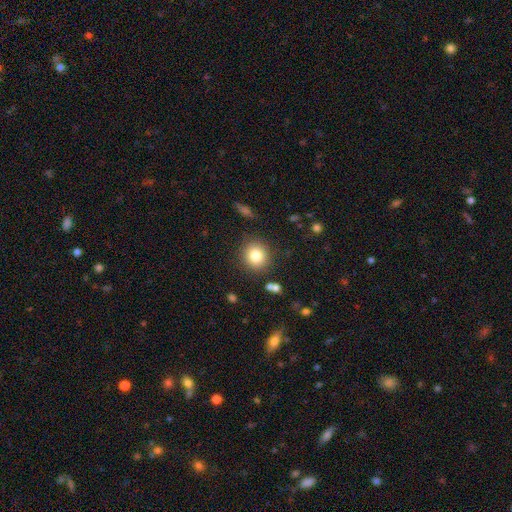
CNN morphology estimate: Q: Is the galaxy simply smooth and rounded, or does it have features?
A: smooth — 82%.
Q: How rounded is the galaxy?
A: round — 86%.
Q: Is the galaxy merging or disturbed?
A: none — 87%.